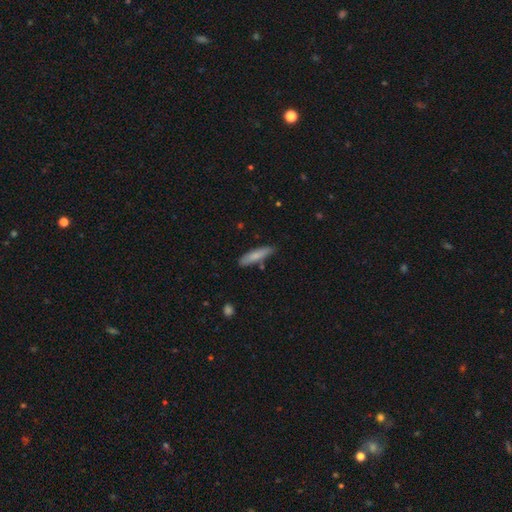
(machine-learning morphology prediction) Smooth or featured? Predicted: smooth (p=0.78). How rounded? Predicted: cigar-shaped (p=0.79). Merging? Predicted: none (p=0.79).